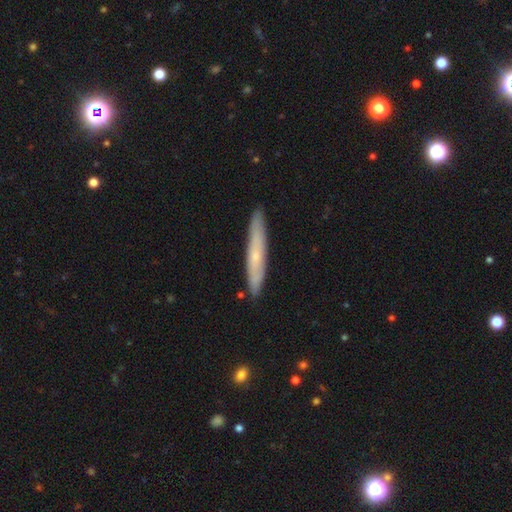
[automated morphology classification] This appears to be a featured or disk galaxy (49%). Merging: none (88%).